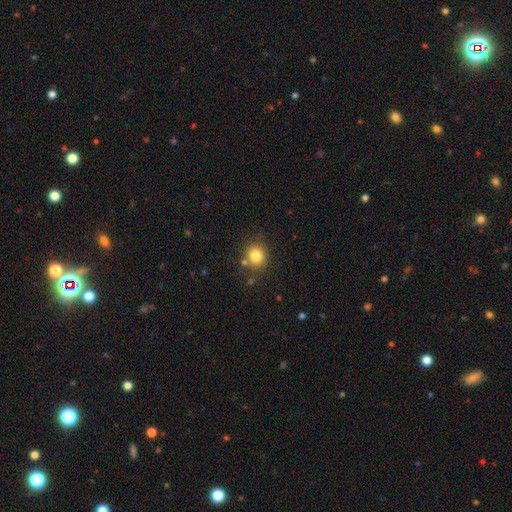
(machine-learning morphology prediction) This is clearly a smooth galaxy (81%). How rounded: likely round (79%). Merging: likely none (78%).